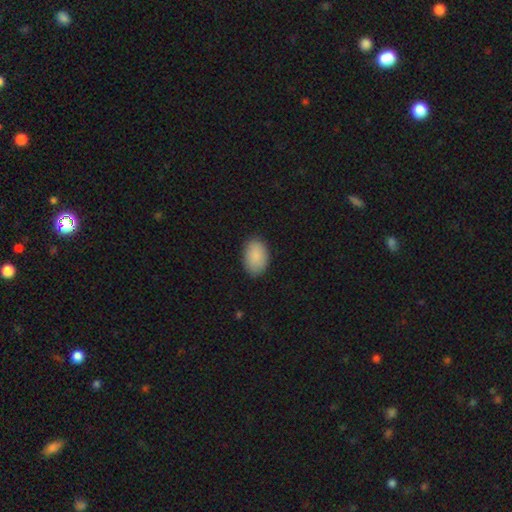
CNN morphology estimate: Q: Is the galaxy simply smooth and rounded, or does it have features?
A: smooth — 90%.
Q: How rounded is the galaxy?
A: in between — 89%.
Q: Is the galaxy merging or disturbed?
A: none — 87%.